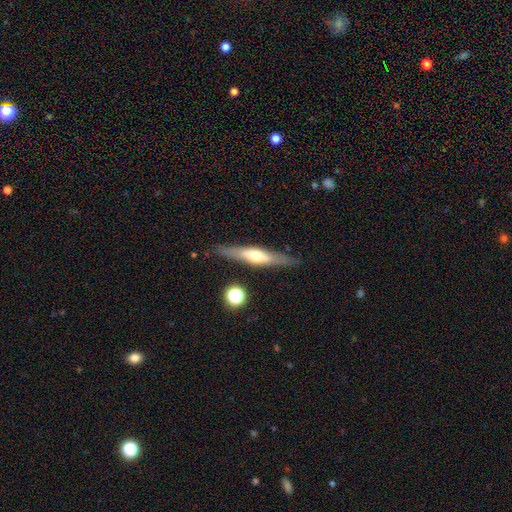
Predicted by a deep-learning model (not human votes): featured or disk 61%, smooth 33%, star or artifact 6%. Down the decision tree: edge-on disk — yes (91%); edge-on bulge — rounded (88%); merging — none (85%).